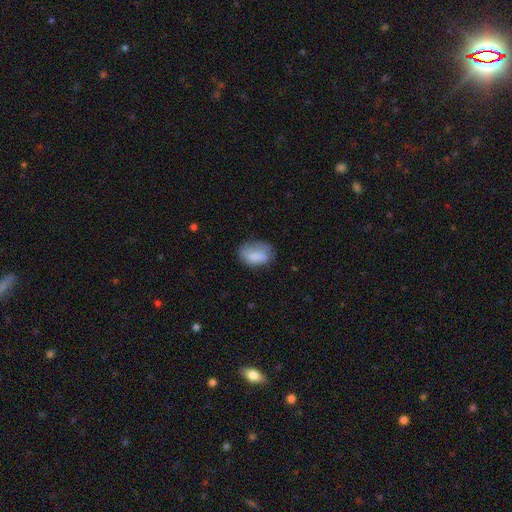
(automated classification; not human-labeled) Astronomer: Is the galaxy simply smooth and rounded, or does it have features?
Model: smooth — 80%.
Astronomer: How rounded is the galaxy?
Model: in between — 86%.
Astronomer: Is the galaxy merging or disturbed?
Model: none — 57%.